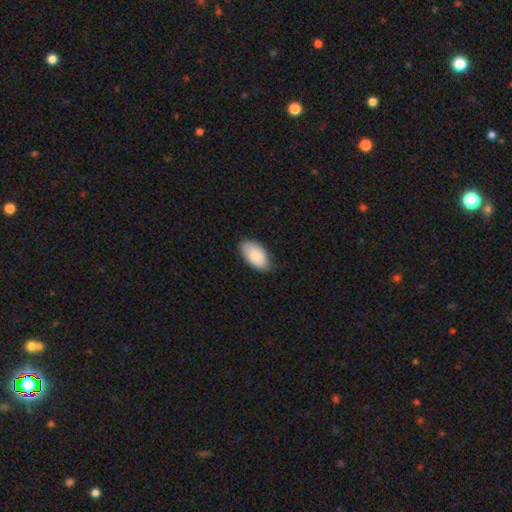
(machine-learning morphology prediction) Smooth or featured? smooth (88%)
How rounded? in between (96%)
Merging? none (73%)